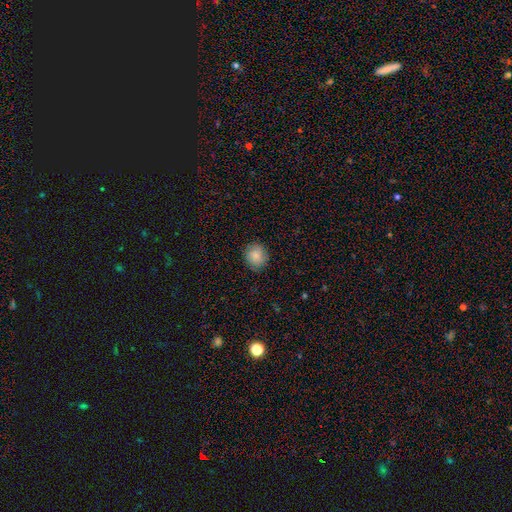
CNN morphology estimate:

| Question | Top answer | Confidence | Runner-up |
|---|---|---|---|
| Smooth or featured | smooth | 87% | star or artifact (8%) |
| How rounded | round | 86% | in between (13%) |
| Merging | none | 88% | minor disturbance (9%) |